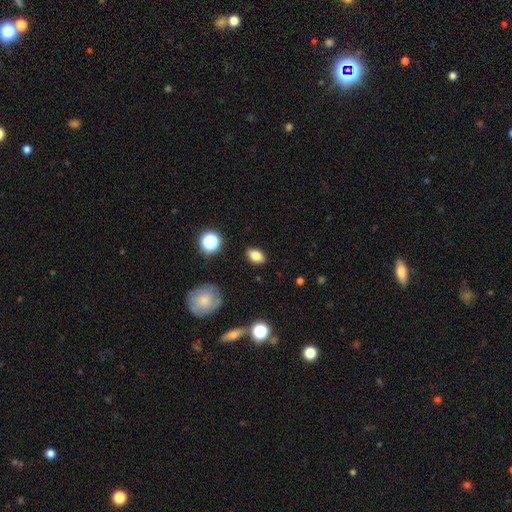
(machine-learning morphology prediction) smooth_or_featured: smooth (p=0.81) [alt: star or artifact p=0.11]
how_rounded: in between (p=0.85) [alt: round p=0.12]
merging: none (p=0.87) [alt: minor disturbance p=0.09]